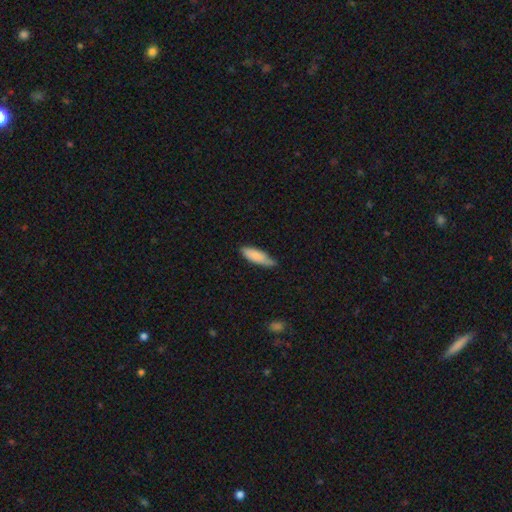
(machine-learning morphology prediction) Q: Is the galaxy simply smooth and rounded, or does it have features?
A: smooth — 83%.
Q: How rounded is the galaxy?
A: in between — 51%.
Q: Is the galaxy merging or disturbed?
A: none — 61%.